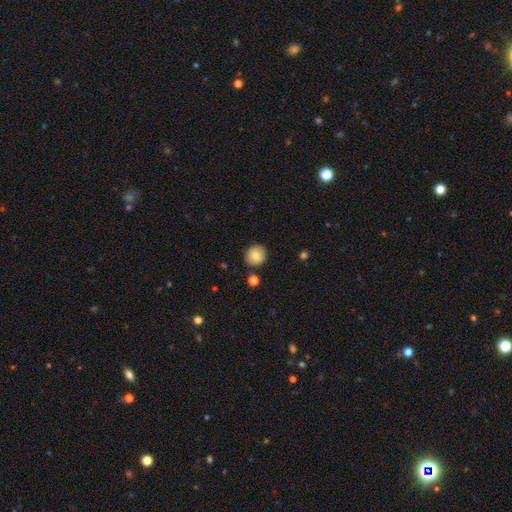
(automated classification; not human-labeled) Morphology: type=smooth (78%); roundness=round (90%); merging=none (88%).